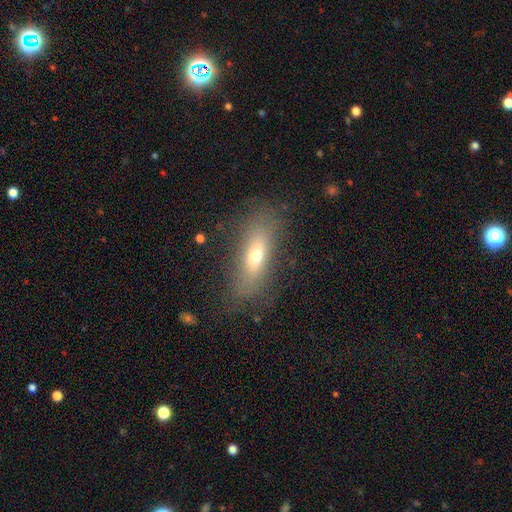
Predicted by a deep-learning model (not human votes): A smooth galaxy with no disk features (60%) that is in between round and cigar-shaped (54%).

Vote fractions:
- Smooth or featured? smooth: 60% / featured or disk: 30% / star or artifact: 11%
- How rounded? in between: 54% / cigar-shaped: 41% / round: 5%
- Merging? none: 76% / minor disturbance: 15% / major disturbance: 7% / merger: 2%